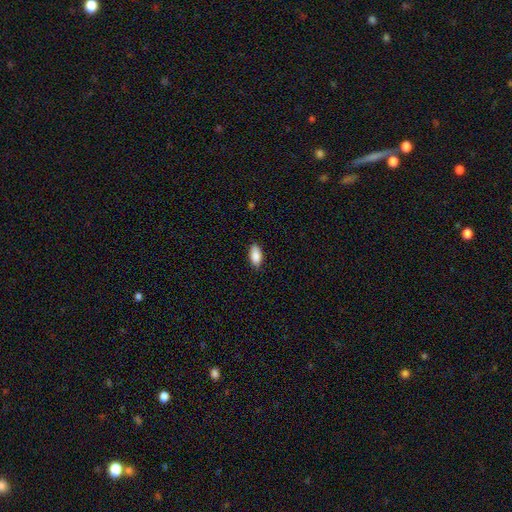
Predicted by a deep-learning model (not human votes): This is clearly a smooth galaxy (89%). How rounded: clearly in between (91%). Merging: clearly none (85%).